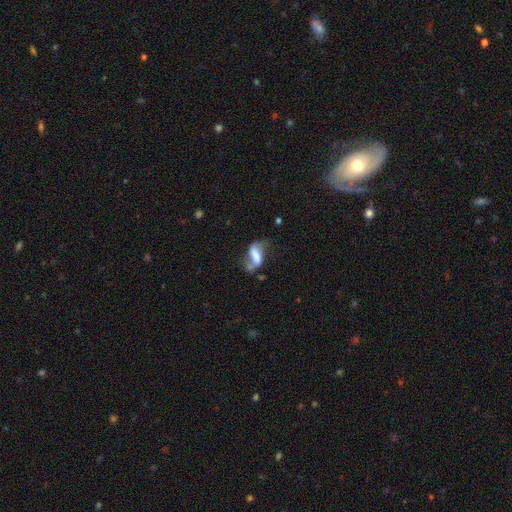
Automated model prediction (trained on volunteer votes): A featured or disk galaxy (54%).

Vote fractions:
- Smooth or featured? featured or disk: 54% / smooth: 37% / star or artifact: 9%
- Edge-on disk? no: 91% / yes: 9%
- Merging? none: 38% / major disturbance: 26% / minor disturbance: 24% / merger: 13%